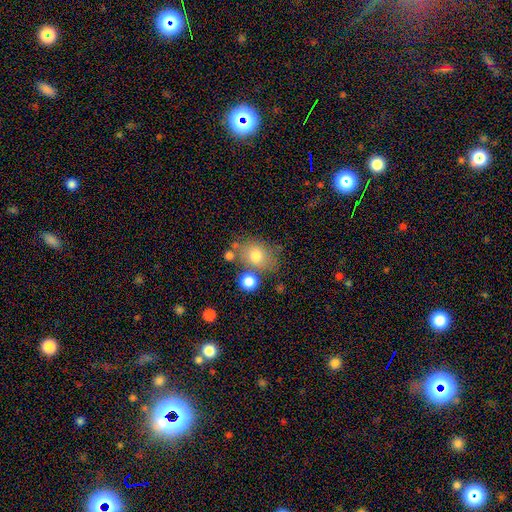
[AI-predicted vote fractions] A smooth galaxy with no disk features (72%) that is in between round and cigar-shaped (51%).

Vote fractions:
- Smooth or featured? smooth: 72% / featured or disk: 17% / star or artifact: 11%
- How rounded? in between: 51% / round: 48% / cigar-shaped: 1%
- Merging? none: 58% / merger: 18% / minor disturbance: 17% / major disturbance: 7%